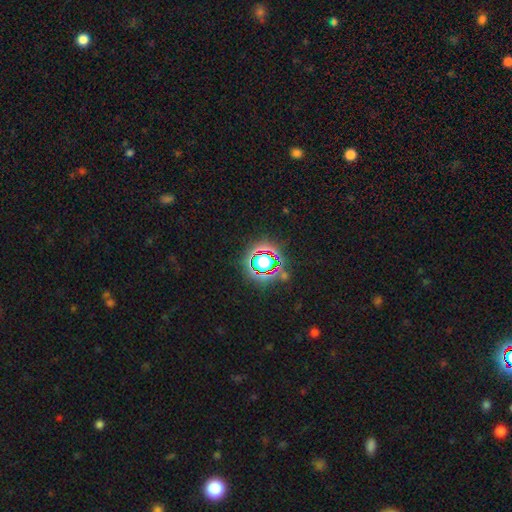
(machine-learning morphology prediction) Smooth or featured?
  - star or artifact: 70% *
  - smooth: 19%
  - featured or disk: 11%